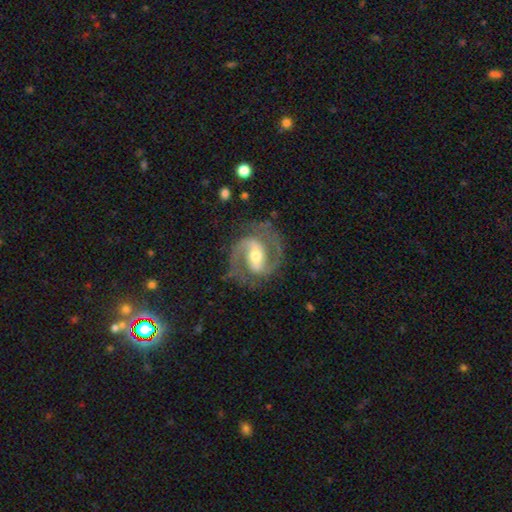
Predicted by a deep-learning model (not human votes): Overall: featured or disk (91%). Edge-on disk: no (98%). Bar: strong (42%; weak 41%). Spiral arms: yes (97%). Spiral arm count: 2 (93%). Spiral winding: medium (63%). Bulge size: moderate (66%). Merging: none (78%).